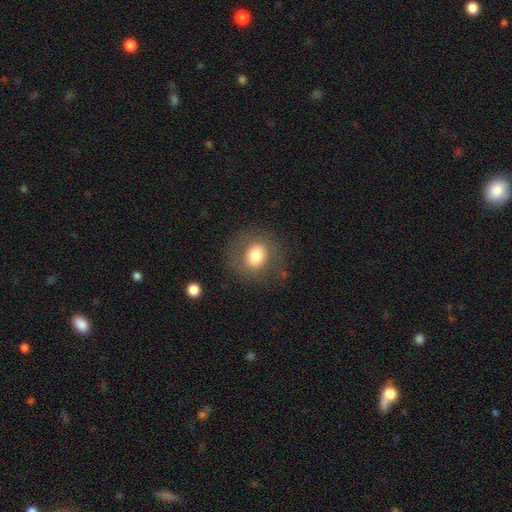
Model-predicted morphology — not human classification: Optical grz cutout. It shows a smooth galaxy with no disk features (73%) that is round (69%). Merging: none (79%).